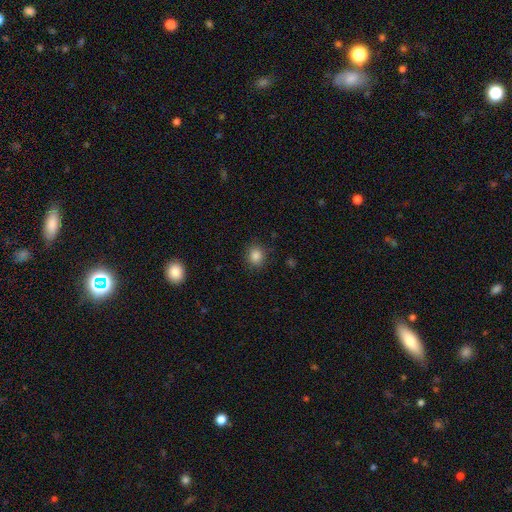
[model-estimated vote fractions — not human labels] smooth 85%, star or artifact 11%, featured or disk 4%. Down the decision tree: how rounded — round (80%); merging — none (88%).